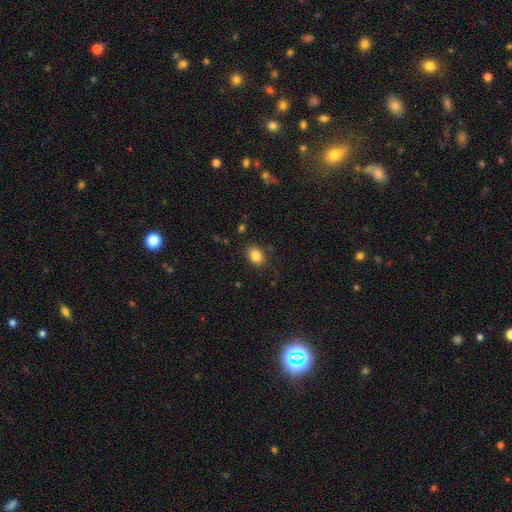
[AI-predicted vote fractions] This is clearly a smooth galaxy (84%). How rounded: likely in between (79%). Merging: clearly none (83%).